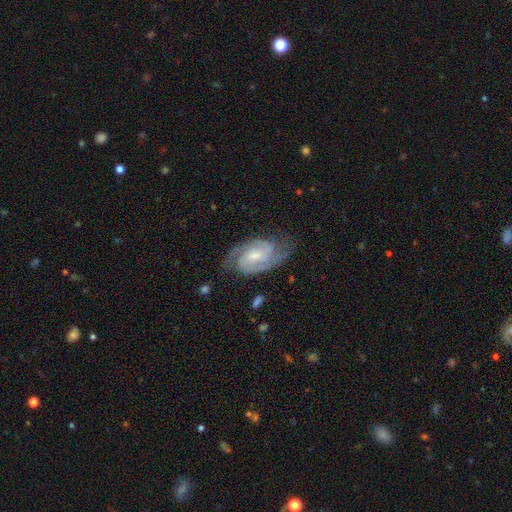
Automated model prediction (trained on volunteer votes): Smooth or featured? Predicted: featured or disk (p=0.89). Edge-on disk? Predicted: no (p=0.97). Bar? Predicted: weak (p=0.45). Spiral arms? Predicted: yes (p=0.98). Spiral winding? Predicted: tight (p=0.50). Spiral arm count? Predicted: 2 (p=0.85). Bulge size? Predicted: small (p=0.47). Merging? Predicted: none (p=0.75).